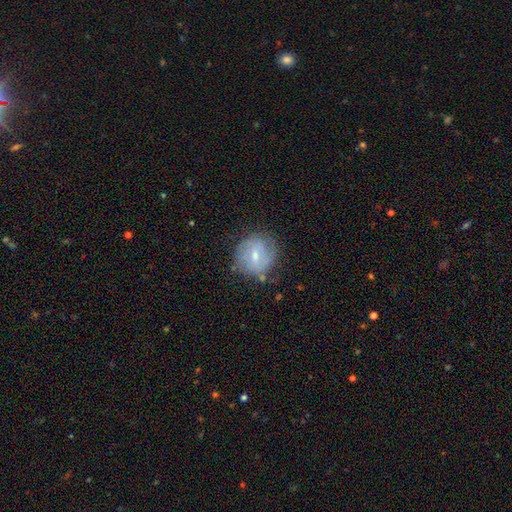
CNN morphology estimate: Smooth or featured: featured or disk — 52% (smooth — 40%)
Edge-on disk: no — 97% (yes — 3%)
Bar: weak — 59% (no — 26%)
Spiral arms: yes — 70% (no — 30%)
Bulge size: moderate — 50% (small — 44%)
Merging: none — 68% (minor disturbance — 21%)